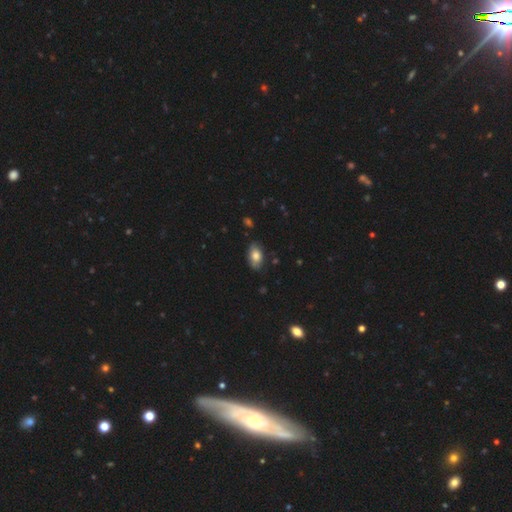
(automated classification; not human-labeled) Q: Smooth or featured?
A: smooth (81%); runner-up: featured or disk (12%)
Q: How rounded?
A: in between (93%); runner-up: round (5%)
Q: Merging?
A: none (79%); runner-up: minor disturbance (17%)